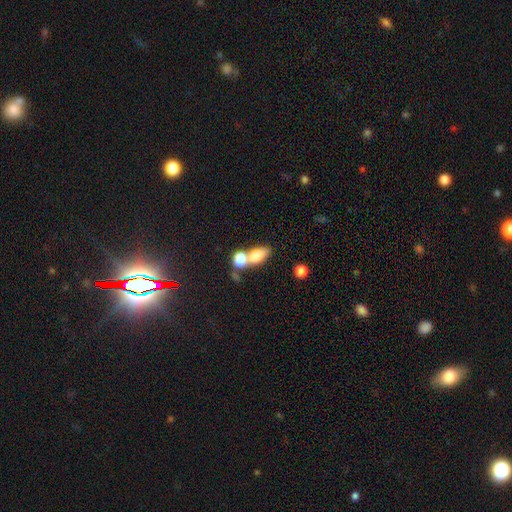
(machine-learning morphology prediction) A smooth galaxy with no disk features (78%) that is in between round and cigar-shaped (76%). Merging: merger (62%).